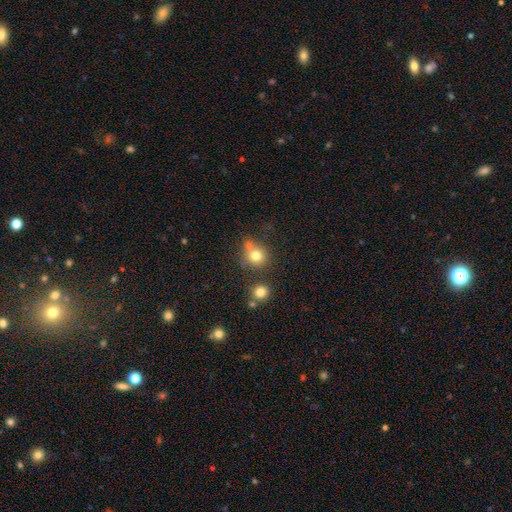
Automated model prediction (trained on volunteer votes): smooth 76%, star or artifact 13%, featured or disk 10%. Down the decision tree: how rounded — round (87%); merging — none (60%).